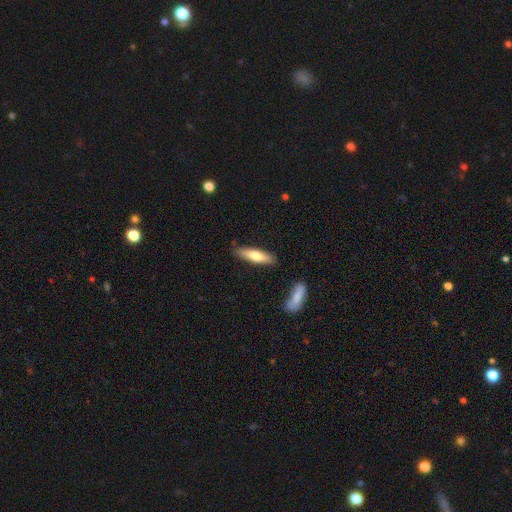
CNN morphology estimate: A smooth galaxy with no disk features (68%) that is cigar-shaped (66%).

Vote fractions:
- Smooth or featured? smooth: 68% / featured or disk: 26% / star or artifact: 5%
- How rounded? cigar-shaped: 66% / in between: 33% / round: 2%
- Merging? none: 83% / minor disturbance: 12% / merger: 3% / major disturbance: 2%